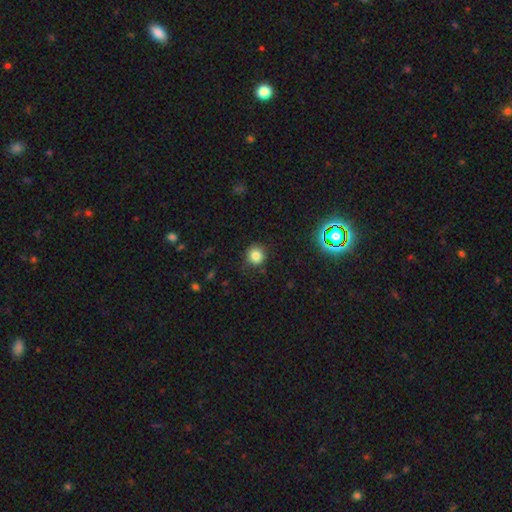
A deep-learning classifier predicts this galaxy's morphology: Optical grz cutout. It shows a smooth galaxy with no disk features (81%) that is round (89%). Merging: none (84%).